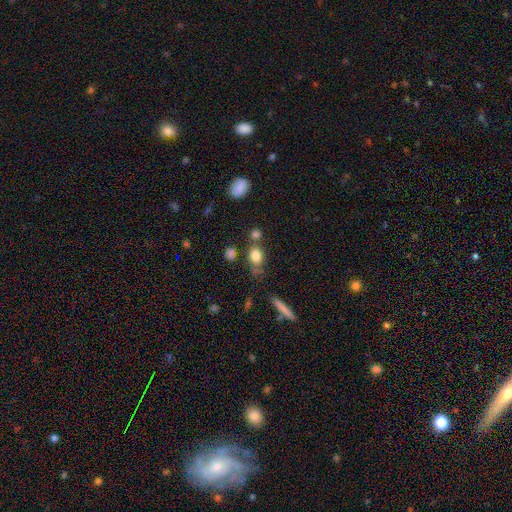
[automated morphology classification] Smooth or featured: smooth — 81% (star or artifact — 10%)
How rounded: in between — 65% (round — 31%)
Merging: none — 61% (merger — 17%)